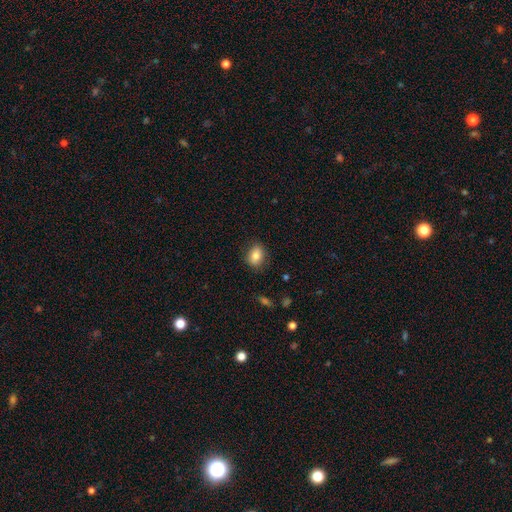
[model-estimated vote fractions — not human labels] Q: Smooth or featured?
A: smooth (83%); runner-up: featured or disk (9%)
Q: How rounded?
A: in between (65%); runner-up: round (33%)
Q: Merging?
A: none (83%); runner-up: minor disturbance (13%)